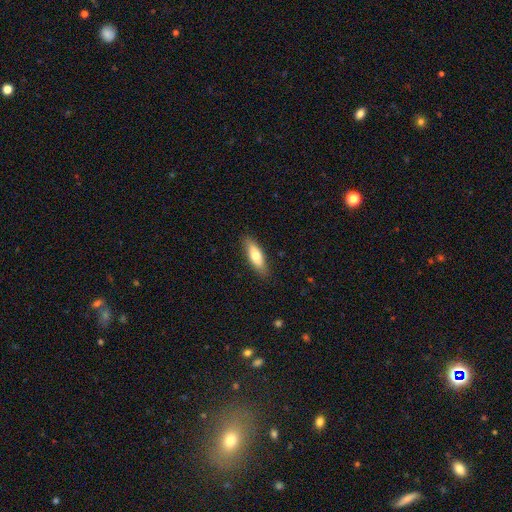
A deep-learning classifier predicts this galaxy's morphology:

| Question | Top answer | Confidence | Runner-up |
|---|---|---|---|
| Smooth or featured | smooth | 69% | featured or disk (26%) |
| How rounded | in between | 56% | cigar-shaped (41%) |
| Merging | none | 85% | minor disturbance (11%) |